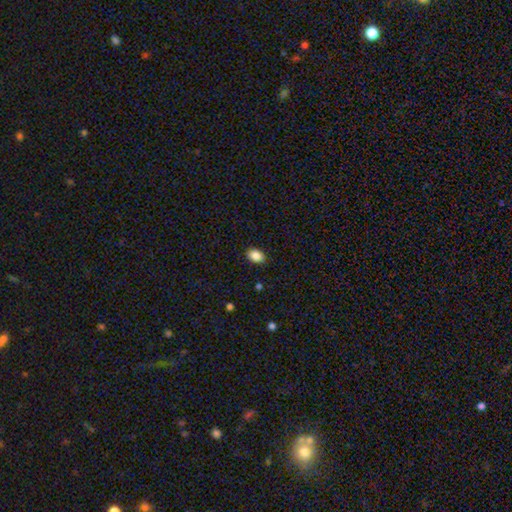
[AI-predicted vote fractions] Morphology: type=smooth (87%); roundness=in between (82%); merging=none (89%).